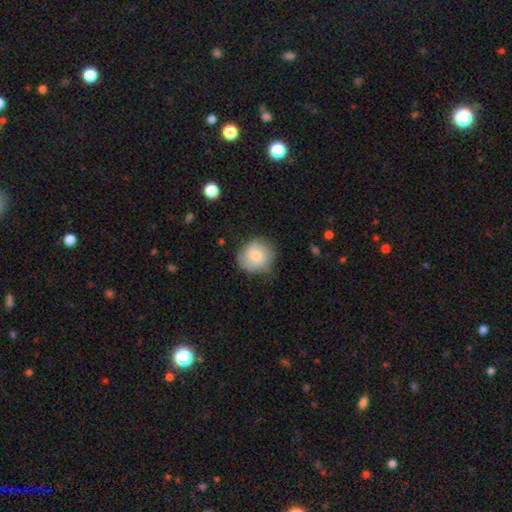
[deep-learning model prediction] Smooth or featured?
  - smooth: 74% *
  - featured or disk: 19%
  - star or artifact: 7%
How rounded?
  - round: 90% *
  - in between: 10%
  - cigar-shaped: 1%
Merging?
  - none: 70% *
  - minor disturbance: 23%
  - major disturbance: 5%
  - merger: 2%